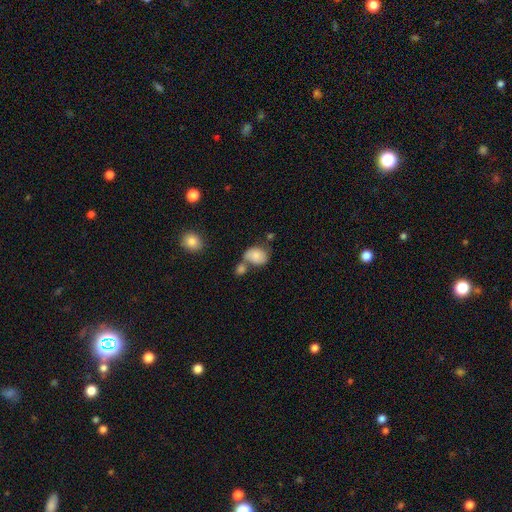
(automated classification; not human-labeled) A smooth galaxy with no disk features (77%) that is in between round and cigar-shaped (68%). Merging: merger (38%).